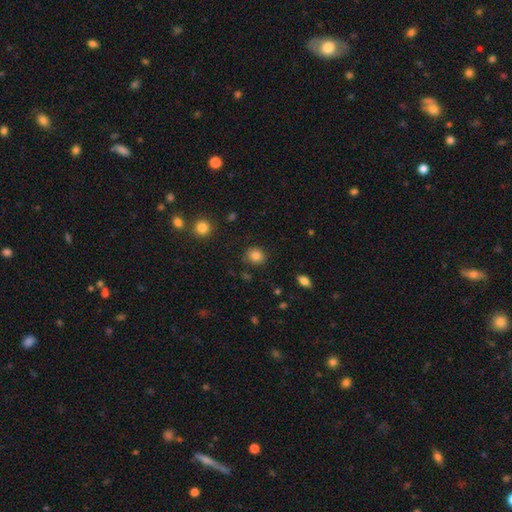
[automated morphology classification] Smooth or featured? Predicted: smooth (p=0.83). How rounded? Predicted: round (p=0.76). Merging? Predicted: none (p=0.84).